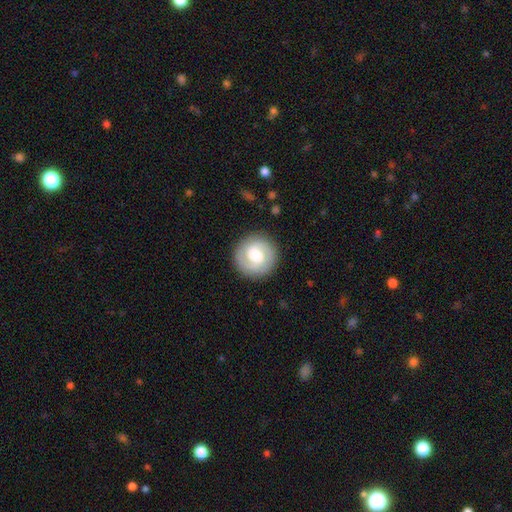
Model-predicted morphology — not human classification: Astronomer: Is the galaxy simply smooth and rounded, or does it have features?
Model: featured or disk — 68%.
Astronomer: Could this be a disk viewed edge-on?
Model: no — 98%.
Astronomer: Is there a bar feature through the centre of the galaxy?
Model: weak — 50% (runner-up: no, 36%).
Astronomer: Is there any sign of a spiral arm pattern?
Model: yes — 88%.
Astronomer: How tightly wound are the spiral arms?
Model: tight — 50% (runner-up: medium, 38%).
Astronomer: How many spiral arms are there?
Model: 2 — 83%.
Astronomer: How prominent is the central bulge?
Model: moderate — 61%.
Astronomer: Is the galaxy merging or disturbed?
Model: none — 88%.